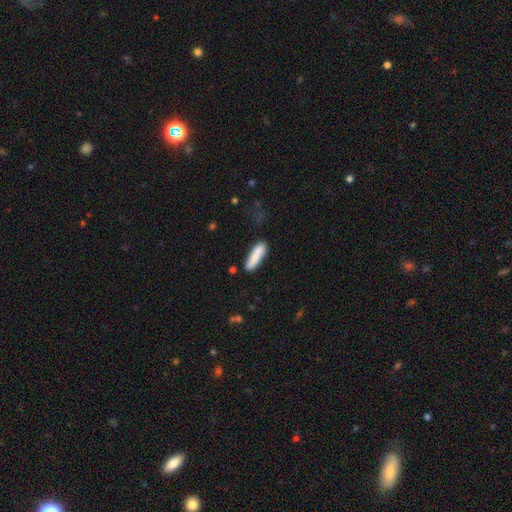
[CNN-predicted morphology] smooth_or_featured: smooth (p=0.76) [alt: featured or disk p=0.18]
how_rounded: cigar-shaped (p=0.71) [alt: in between p=0.28]
merging: none (p=0.76) [alt: minor disturbance p=0.16]